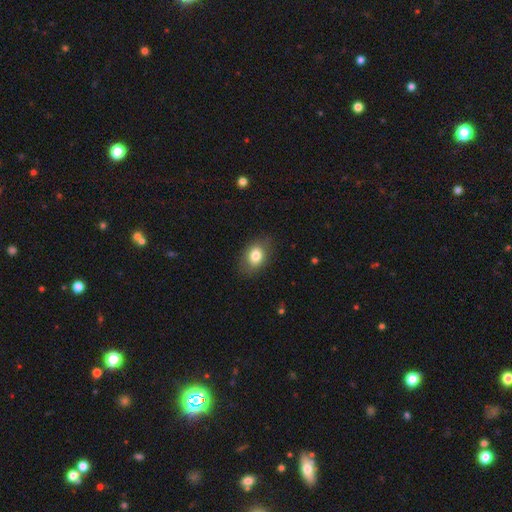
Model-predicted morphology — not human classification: This is likely a smooth galaxy (79%). How rounded: likely in between (75%). Merging: likely none (80%).